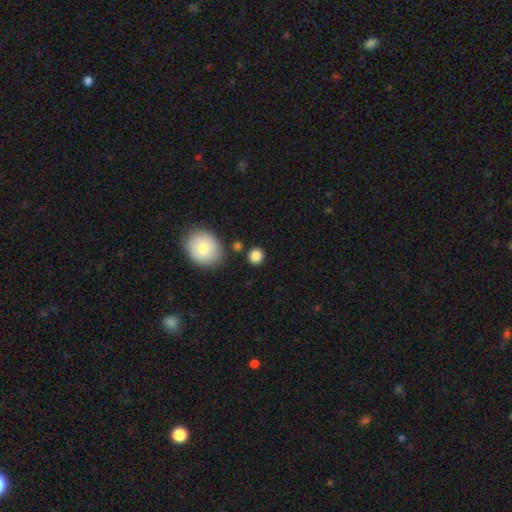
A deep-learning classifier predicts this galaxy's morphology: The model was most divided on "merging": none: 83%, minor disturbance: 9%, merger: 5%, major disturbance: 3%. More confident: how rounded — round (88%); smooth or featured — smooth (86%).